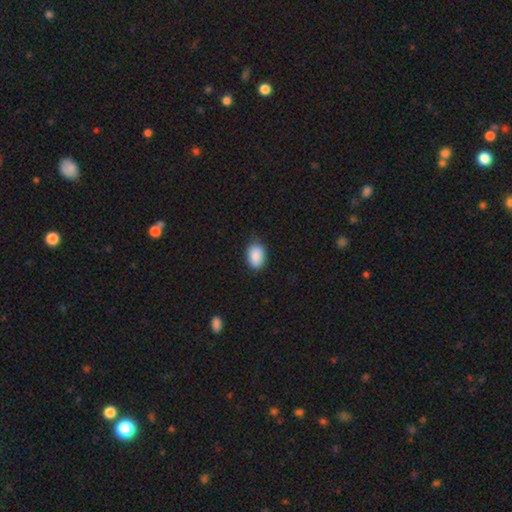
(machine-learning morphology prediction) This appears to be a smooth galaxy with no disk features (89%) that is in between round and cigar-shaped (83%). Merging: none (80%).